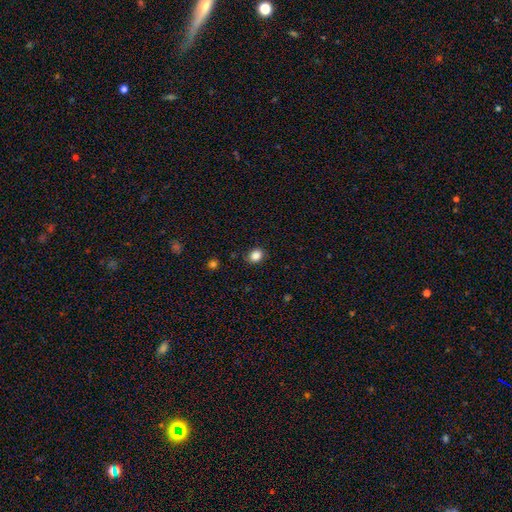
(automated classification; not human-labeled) smooth_or_featured: smooth (p=0.86) [alt: star or artifact p=0.10]
how_rounded: round (p=0.51) [alt: in between p=0.48]
merging: none (p=0.85) [alt: minor disturbance p=0.11]